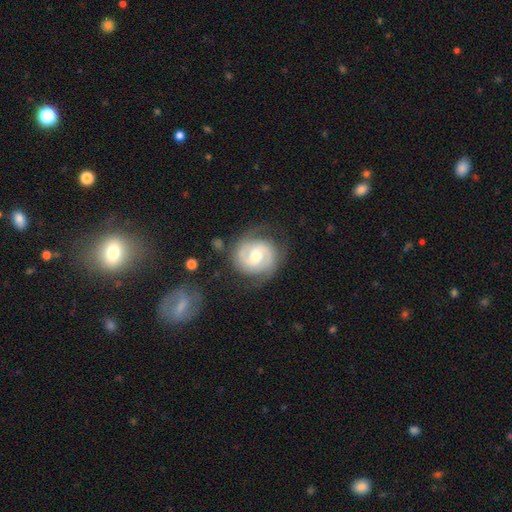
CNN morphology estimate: Smooth or featured?
  - featured or disk: 84% *
  - smooth: 11%
  - star or artifact: 5%
Edge-on disk?
  - no: 98% *
  - yes: 2%
Bar?
  - weak: 45% *
  - no: 43%
  - strong: 12%
Spiral arms?
  - yes: 96% *
  - no: 4%
Spiral winding?
  - tight: 51% *
  - medium: 40%
  - loose: 9%
Spiral arm count?
  - 2: 85% *
  - can't tell: 7%
  - 3: 4%
  - 1: 2%
  - 4: 1%
  - more than 4: 1%
Bulge size?
  - moderate: 66% *
  - small: 26%
  - large: 6%
  - none: 1%
  - dominant: 1%
Merging?
  - none: 75% *
  - minor disturbance: 16%
  - major disturbance: 7%
  - merger: 2%